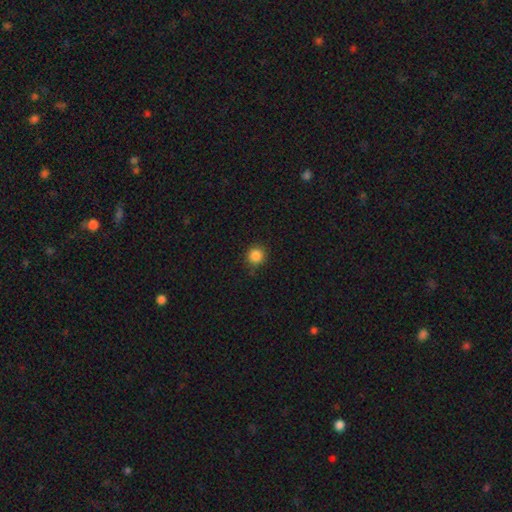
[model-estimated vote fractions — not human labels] smooth_or_featured: smooth (p=0.86) [alt: star or artifact p=0.11]
how_rounded: round (p=0.92) [alt: in between p=0.07]
merging: none (p=0.86) [alt: minor disturbance p=0.10]